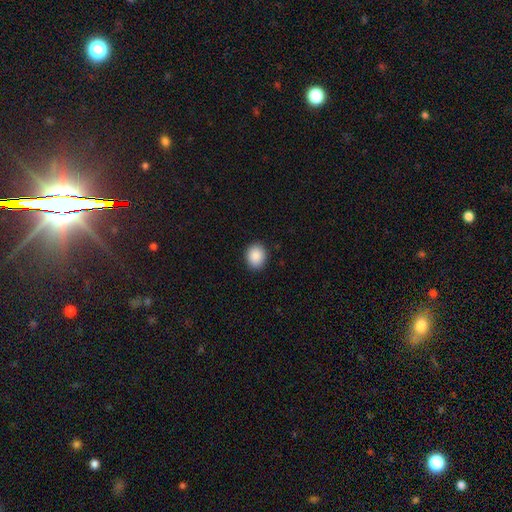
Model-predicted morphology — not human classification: smooth_or_featured: smooth (p=0.89) [alt: star or artifact p=0.08]
how_rounded: round (p=0.58) [alt: in between p=0.41]
merging: none (p=0.90) [alt: minor disturbance p=0.07]